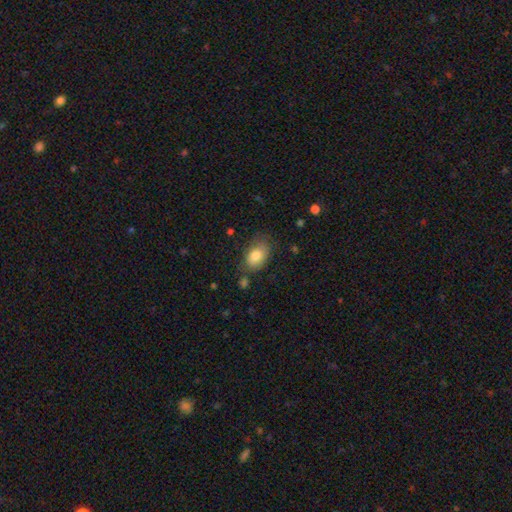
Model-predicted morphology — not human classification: Smooth or featured? smooth (81%)
How rounded? in between (84%)
Merging? none (64%)